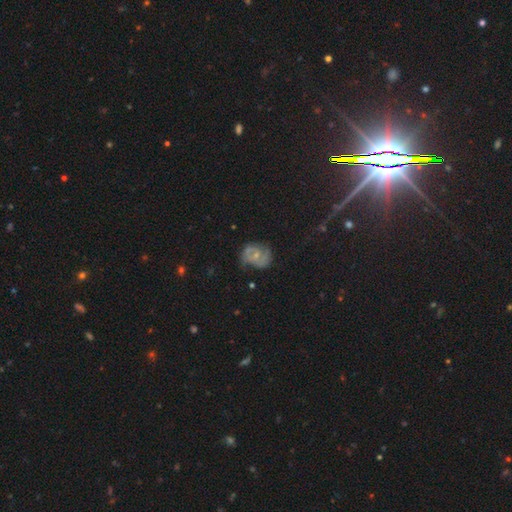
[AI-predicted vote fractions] smooth_or_featured: featured or disk (p=0.62) [alt: smooth p=0.28]
disk_edge_on: no (p=0.98) [alt: yes p=0.02]
bar: no (p=0.61) [alt: weak p=0.32]
has_spiral_arms: yes (p=0.79) [alt: no p=0.21]
bulge_size: small (p=0.58) [alt: moderate p=0.35]
merging: none (p=0.58) [alt: minor disturbance p=0.27]